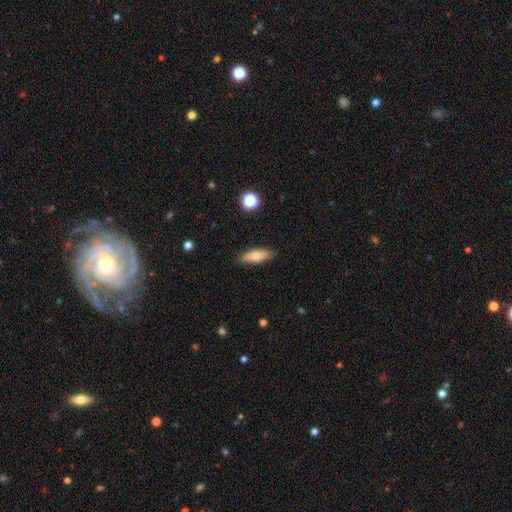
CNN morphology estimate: type=smooth (72%); roundness=in between (53%); merging=none (87%).